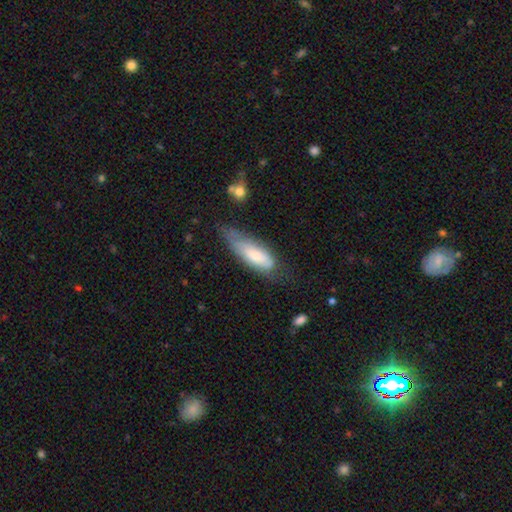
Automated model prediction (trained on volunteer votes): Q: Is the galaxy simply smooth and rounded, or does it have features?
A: smooth — 64%.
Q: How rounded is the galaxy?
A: in between — 62%.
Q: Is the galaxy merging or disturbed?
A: none — 39%.